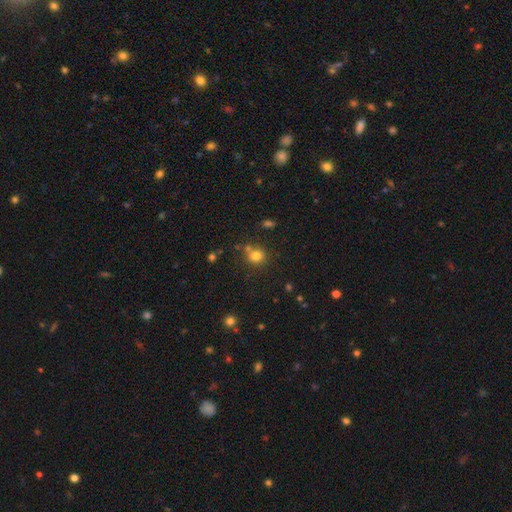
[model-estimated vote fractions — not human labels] Smooth or featured?
  - smooth: 78% *
  - star or artifact: 14%
  - featured or disk: 7%
How rounded?
  - round: 83% *
  - in between: 17%
  - cigar-shaped: 1%
Merging?
  - none: 68% *
  - merger: 17%
  - minor disturbance: 12%
  - major disturbance: 4%